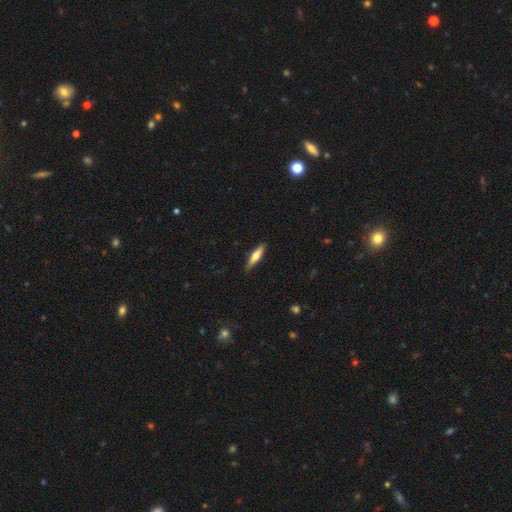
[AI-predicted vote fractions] Morphology: type=smooth (61%); roundness=cigar-shaped (79%); merging=none (86%).